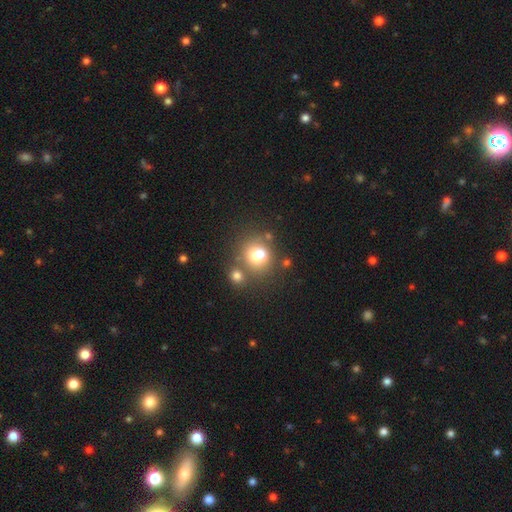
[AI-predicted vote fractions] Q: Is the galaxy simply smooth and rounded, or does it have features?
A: smooth — 66%.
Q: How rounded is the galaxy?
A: round — 73%.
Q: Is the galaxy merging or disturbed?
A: none — 45%.